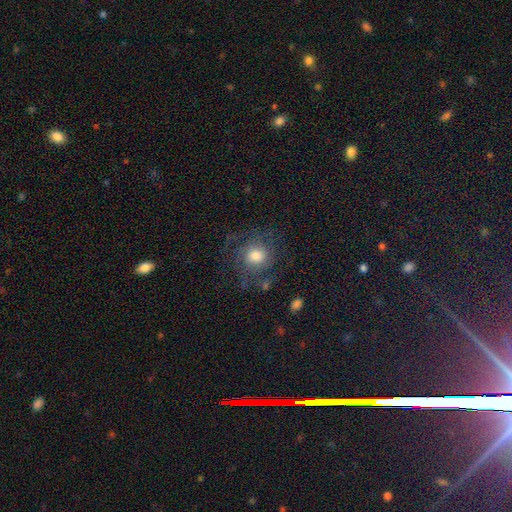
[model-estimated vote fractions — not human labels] Smooth or featured: featured or disk — 49% (smooth — 40%)
Merging: none — 68% (minor disturbance — 16%)